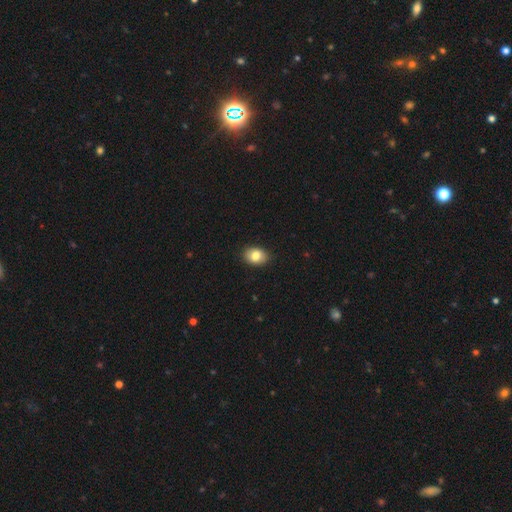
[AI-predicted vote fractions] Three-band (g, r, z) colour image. It shows a smooth galaxy with no disk features (83%) that is in between round and cigar-shaped (72%). Merging: none (89%).